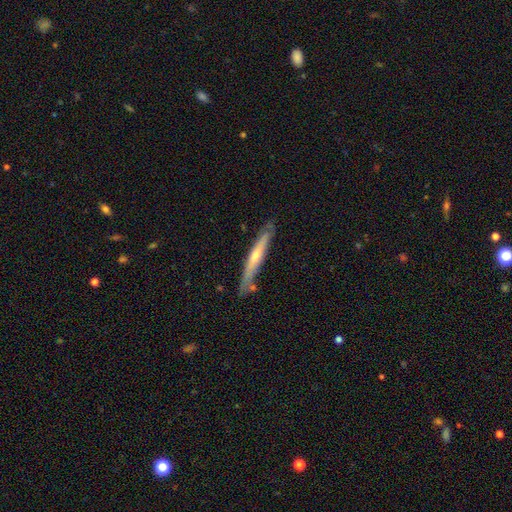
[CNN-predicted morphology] type=featured or disk (58%); edge-on=yes (90%); edge-on bulge=rounded (67%); merging=none (78%).